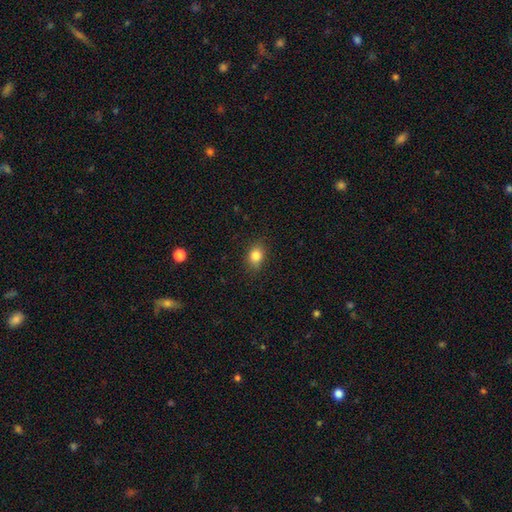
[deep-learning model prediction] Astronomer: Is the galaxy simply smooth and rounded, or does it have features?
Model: smooth — 84%.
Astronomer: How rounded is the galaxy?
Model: in between — 60% (runner-up: round, 39%).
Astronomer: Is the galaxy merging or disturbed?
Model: none — 82%.